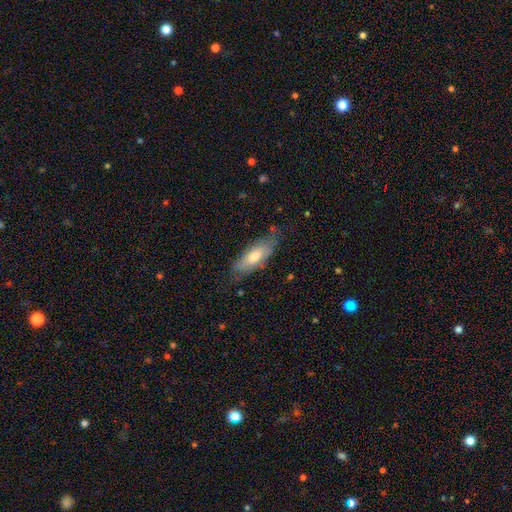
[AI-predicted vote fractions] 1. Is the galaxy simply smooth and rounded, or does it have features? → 60% smooth, 33% featured or disk, 7% star or artifact.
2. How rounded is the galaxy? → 61% in between, 37% cigar-shaped, 2% round.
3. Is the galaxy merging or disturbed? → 71% none, 22% minor disturbance, 5% major disturbance, 2% merger.